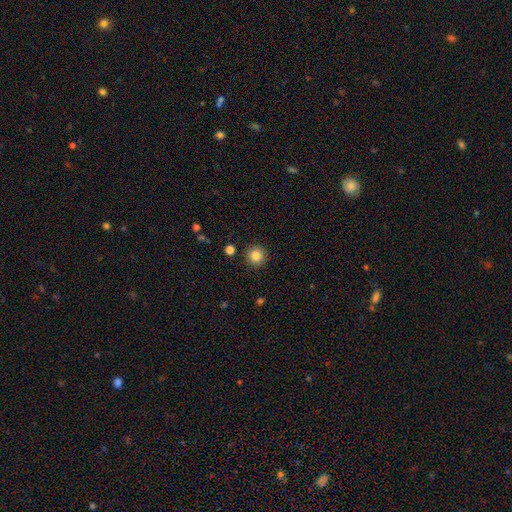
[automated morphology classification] A smooth galaxy with no disk features (85%) that is round (95%). Merging: none (91%).